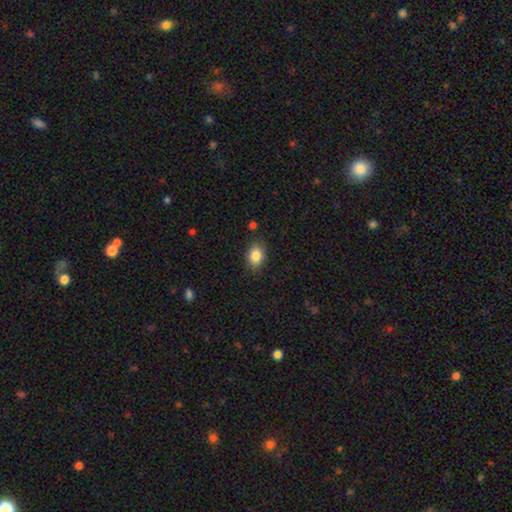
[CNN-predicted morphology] Overall: smooth (85%). How rounded: in between (76%). Merging: none (83%).